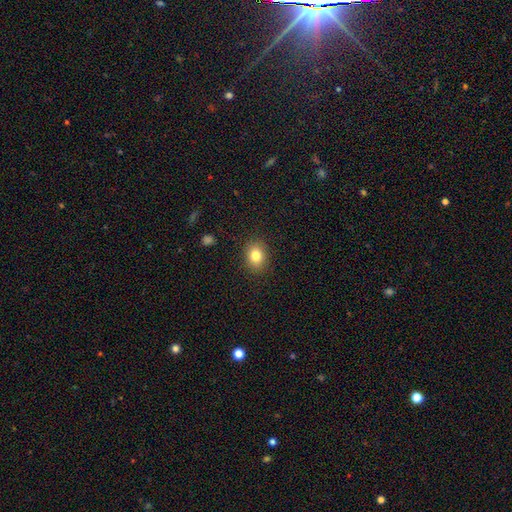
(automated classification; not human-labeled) Morphology: type=smooth (82%); roundness=in between (53%); merging=none (89%).